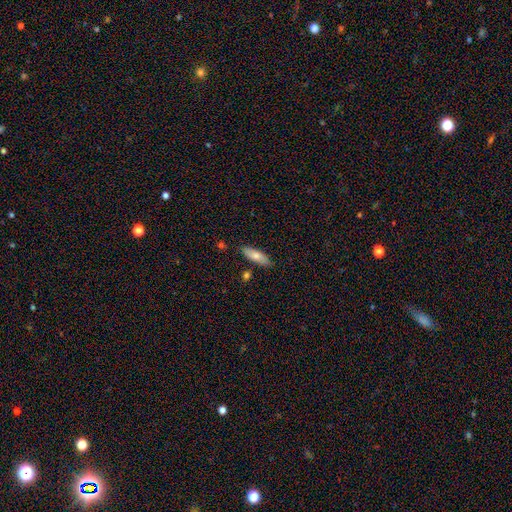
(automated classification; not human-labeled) Smooth or featured? Predicted: smooth (p=0.73). How rounded? Predicted: in between (p=0.57). Merging? Predicted: none (p=0.83).